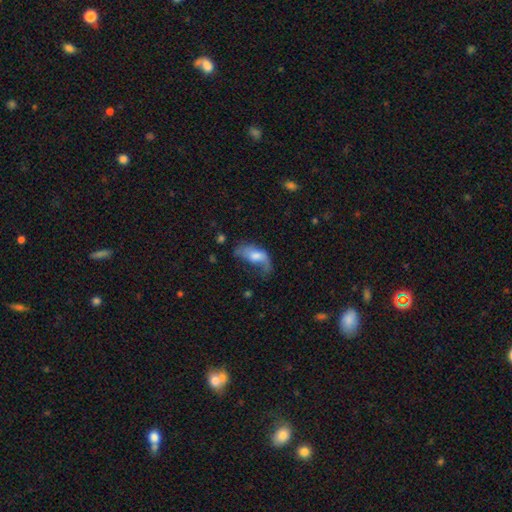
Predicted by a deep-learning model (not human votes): Smooth or featured?
  - smooth: 50% *
  - featured or disk: 42%
  - star or artifact: 8%
Merging?
  - major disturbance: 42% *
  - none: 28%
  - minor disturbance: 26%
  - merger: 4%